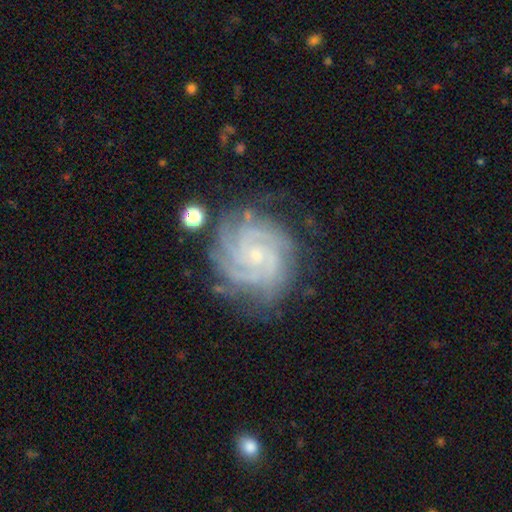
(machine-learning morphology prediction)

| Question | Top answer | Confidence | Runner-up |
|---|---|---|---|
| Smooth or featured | featured or disk | 90% | star or artifact (6%) |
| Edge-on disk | no | 98% | yes (2%) |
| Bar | no | 72% | weak (22%) |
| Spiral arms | yes | 98% | no (2%) |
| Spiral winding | tight | 78% | medium (20%) |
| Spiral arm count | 4 | 32% | 3 (27%) |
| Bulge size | small | 75% | moderate (19%) |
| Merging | none | 75% | minor disturbance (18%) |